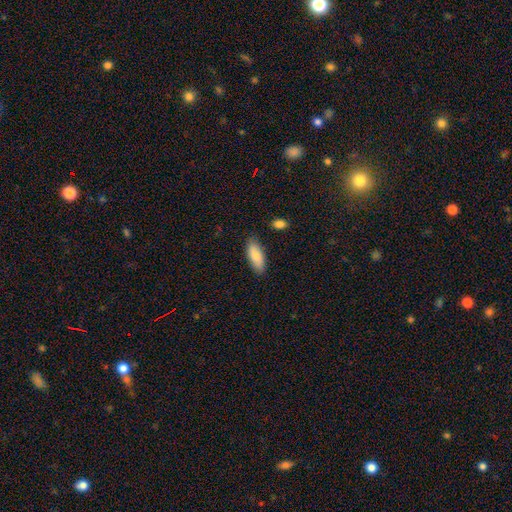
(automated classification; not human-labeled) Smooth or featured? Predicted: smooth (p=0.82). How rounded? Predicted: in between (p=0.77). Merging? Predicted: none (p=0.81).